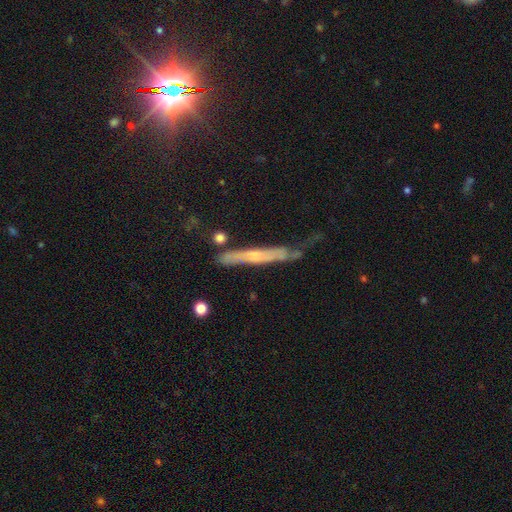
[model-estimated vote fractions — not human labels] This appears to be a featured or disk galaxy (56%) viewed edge-on (82%). Merging: none (51%).